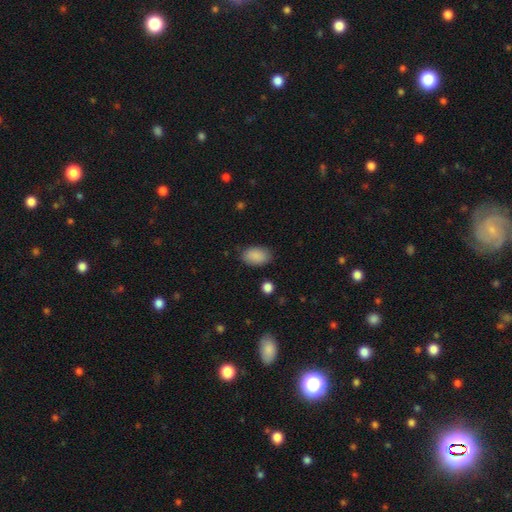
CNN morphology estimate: smooth-or-featured: smooth: 89% | star or artifact: 7% | featured or disk: 4%
  how-rounded: in between: 89% | round: 10% | cigar-shaped: 1%
  merging: none: 83% | minor disturbance: 12% | major disturbance: 3% | merger: 1%